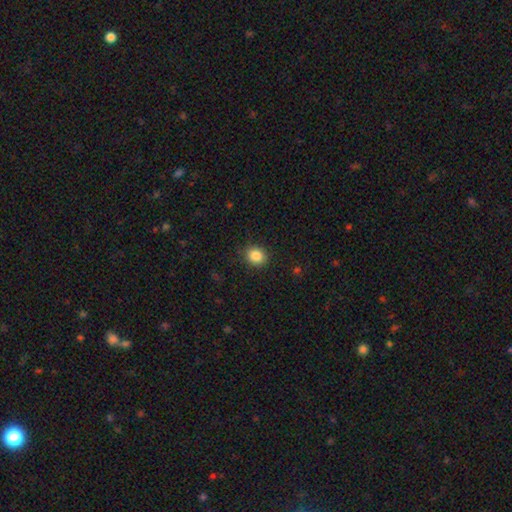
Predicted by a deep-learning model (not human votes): Overall: smooth (85%). How rounded: round (75%). Merging: none (88%).